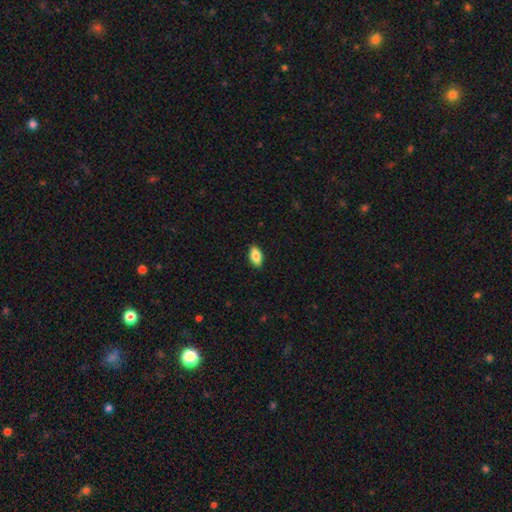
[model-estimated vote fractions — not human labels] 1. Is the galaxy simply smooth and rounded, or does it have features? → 84% smooth, 9% featured or disk, 7% star or artifact.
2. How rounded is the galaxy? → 90% in between, 6% cigar-shaped, 4% round.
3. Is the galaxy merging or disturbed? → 88% none, 9% minor disturbance, 2% major disturbance, 1% merger.